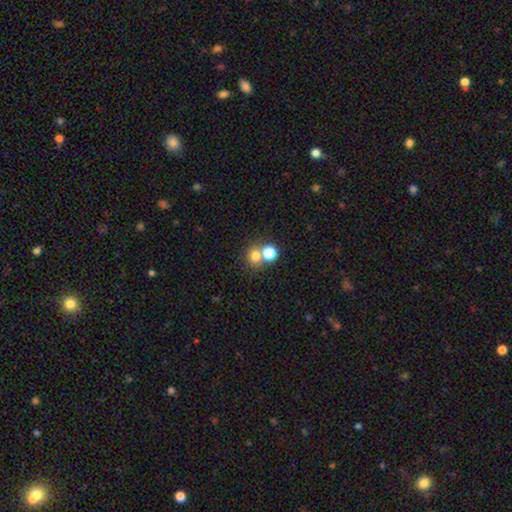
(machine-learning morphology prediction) Q: Smooth or featured?
A: smooth (73%); runner-up: star or artifact (17%)
Q: How rounded?
A: round (79%); runner-up: in between (20%)
Q: Merging?
A: none (53%); runner-up: merger (37%)